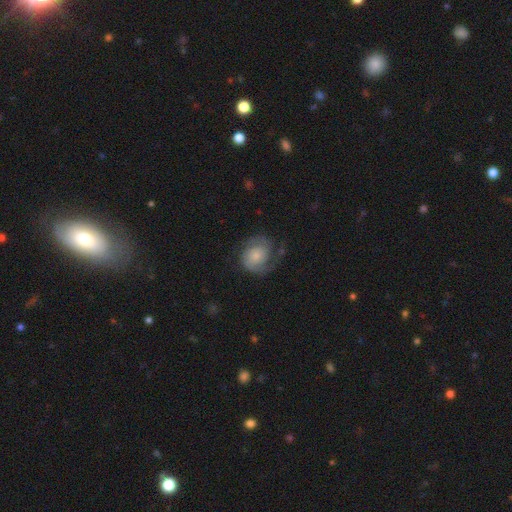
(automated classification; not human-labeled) Smooth or featured: featured or disk — 67% (smooth — 27%)
Edge-on disk: no — 98% (yes — 2%)
Bar: no — 73% (weak — 23%)
Spiral arms: yes — 91% (no — 9%)
Spiral winding: medium — 41% (tight — 40%)
Spiral arm count: 2 — 70% (1 — 12%)
Bulge size: small — 50% (moderate — 31%)
Merging: none — 59% (minor disturbance — 22%)